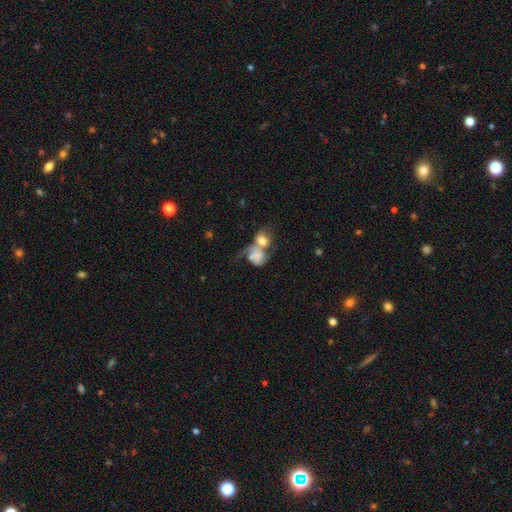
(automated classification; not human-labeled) Q: Smooth or featured?
A: smooth (48%); runner-up: featured or disk (43%)
Q: Merging?
A: merger (61%); runner-up: major disturbance (18%)